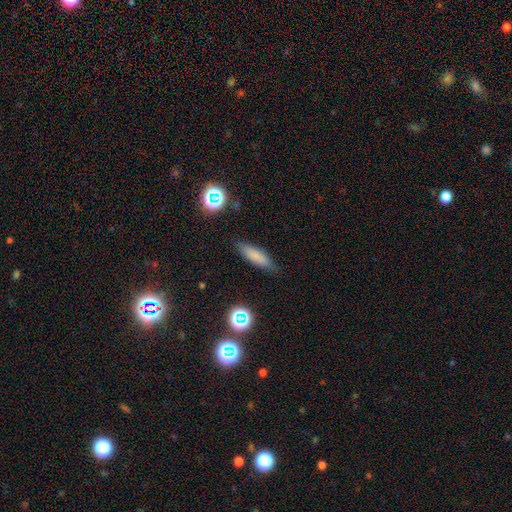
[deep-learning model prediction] smooth_or_featured: smooth (p=0.78) [alt: featured or disk p=0.12]
how_rounded: cigar-shaped (p=0.61) [alt: in between p=0.37]
merging: none (p=0.84) [alt: minor disturbance p=0.12]